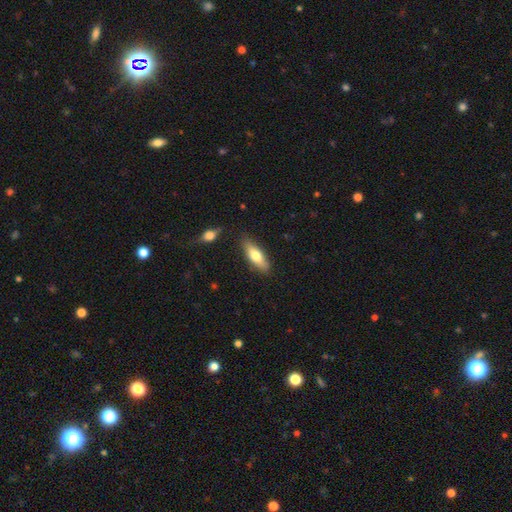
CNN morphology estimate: This is likely a smooth galaxy (69%). How rounded: possibly in between (56%). Merging: clearly none (82%).